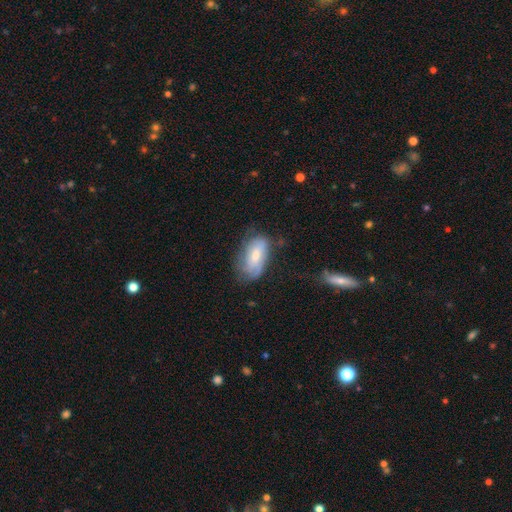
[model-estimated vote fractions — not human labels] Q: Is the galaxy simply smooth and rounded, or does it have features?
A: smooth — 54%.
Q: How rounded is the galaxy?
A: in between — 92%.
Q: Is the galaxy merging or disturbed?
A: none — 55%.